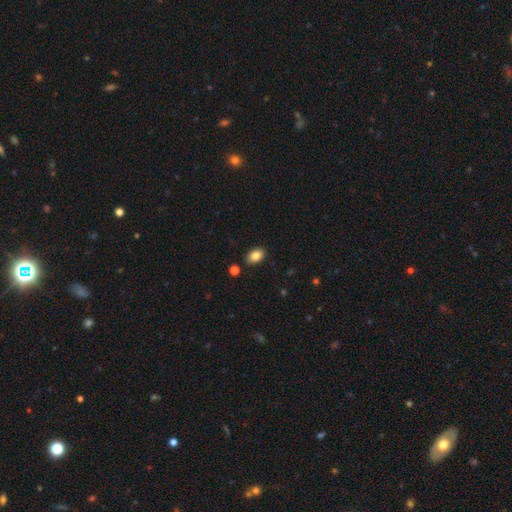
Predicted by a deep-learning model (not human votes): smooth_or_featured: smooth (p=0.84) [alt: star or artifact p=0.08]
how_rounded: in between (p=0.88) [alt: round p=0.11]
merging: none (p=0.86) [alt: minor disturbance p=0.09]